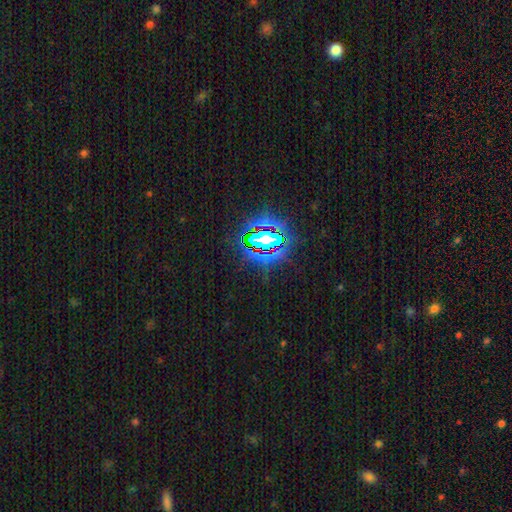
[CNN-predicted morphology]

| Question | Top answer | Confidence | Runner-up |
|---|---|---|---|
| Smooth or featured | star or artifact | 80% | smooth (11%) |